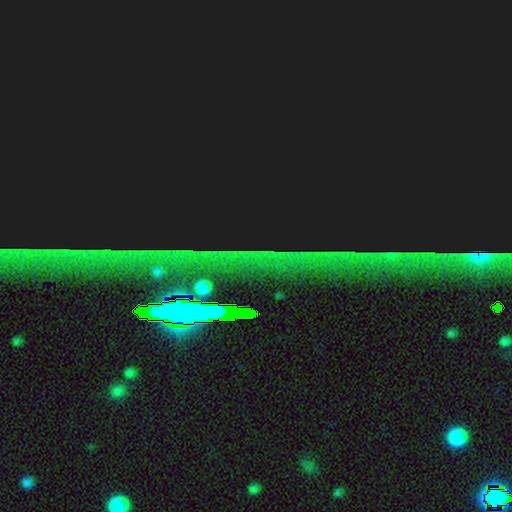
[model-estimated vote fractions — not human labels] This is clearly a star or artifact rather than a galaxy (83%).